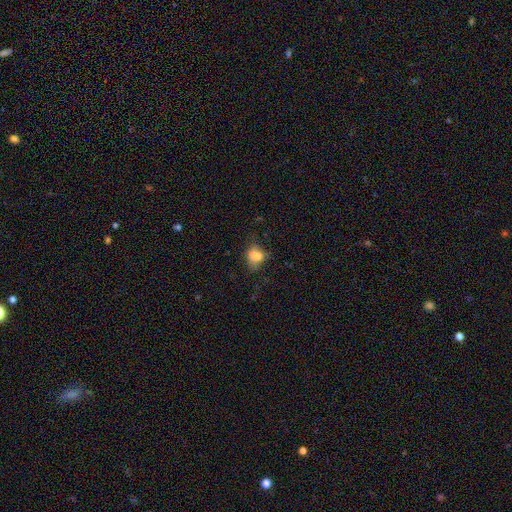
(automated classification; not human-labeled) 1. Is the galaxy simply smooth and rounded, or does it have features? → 72% smooth, 16% featured or disk, 12% star or artifact.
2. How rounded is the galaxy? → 59% in between, 40% round, 2% cigar-shaped.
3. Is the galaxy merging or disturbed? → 42% none, 25% minor disturbance, 20% merger, 14% major disturbance.